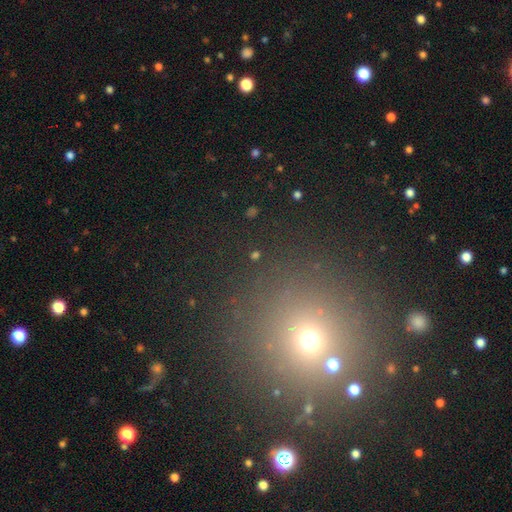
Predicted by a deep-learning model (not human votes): Smooth or featured? star or artifact (48%)